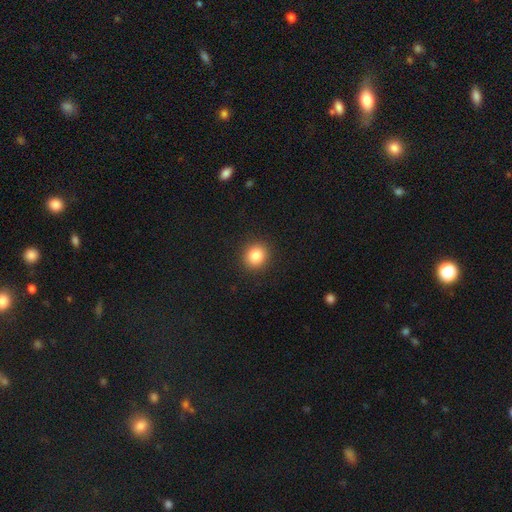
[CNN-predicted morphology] Q: Smooth or featured?
A: smooth (85%); runner-up: star or artifact (10%)
Q: How rounded?
A: round (86%); runner-up: in between (13%)
Q: Merging?
A: none (91%); runner-up: minor disturbance (6%)